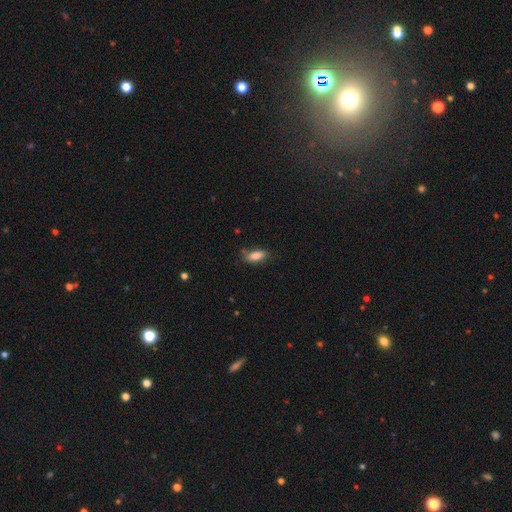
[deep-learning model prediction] smooth_or_featured: smooth (p=0.83) [alt: featured or disk p=0.09]
how_rounded: in between (p=0.81) [alt: cigar-shaped p=0.16]
merging: none (p=0.62) [alt: minor disturbance p=0.27]